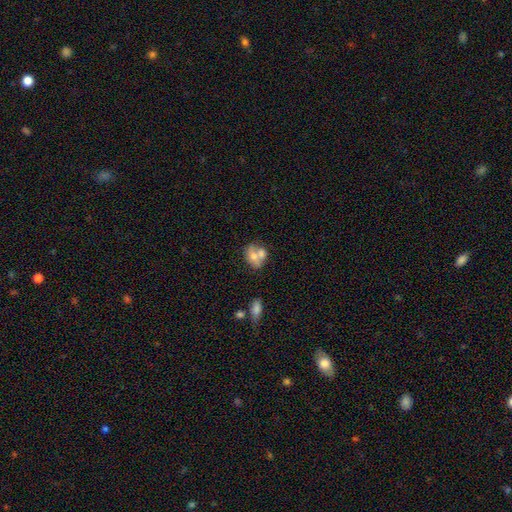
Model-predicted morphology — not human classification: Smooth or featured?
  - smooth: 59% *
  - featured or disk: 32%
  - star or artifact: 9%
How rounded?
  - in between: 59% *
  - round: 40%
  - cigar-shaped: 2%
Merging?
  - merger: 53% *
  - none: 29%
  - minor disturbance: 11%
  - major disturbance: 6%